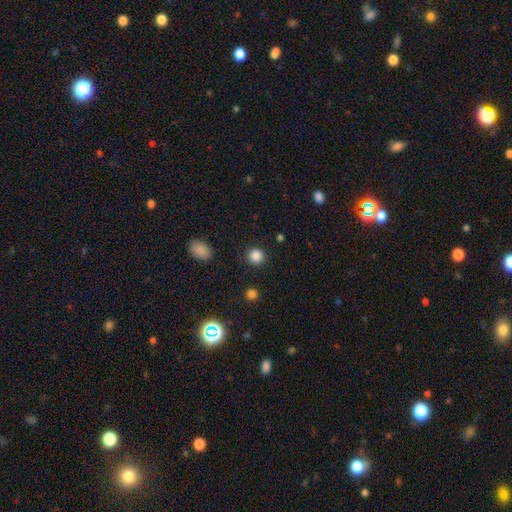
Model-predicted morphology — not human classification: Smooth or featured? Predicted: smooth (p=0.85). How rounded? Predicted: round (p=0.91). Merging? Predicted: none (p=0.90).